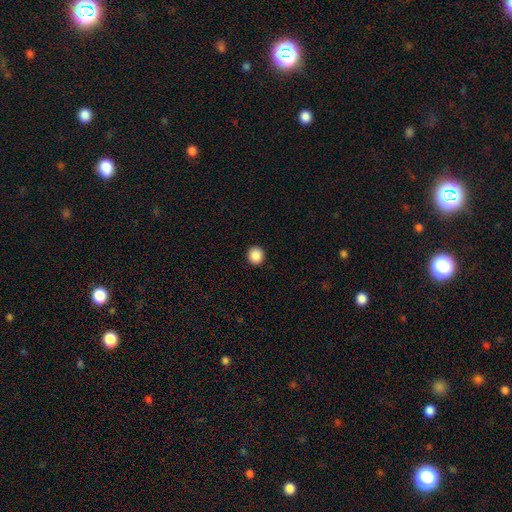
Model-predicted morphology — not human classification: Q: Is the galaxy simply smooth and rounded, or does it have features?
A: smooth — 88%.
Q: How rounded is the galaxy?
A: round — 92%.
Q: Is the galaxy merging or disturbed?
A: none — 93%.